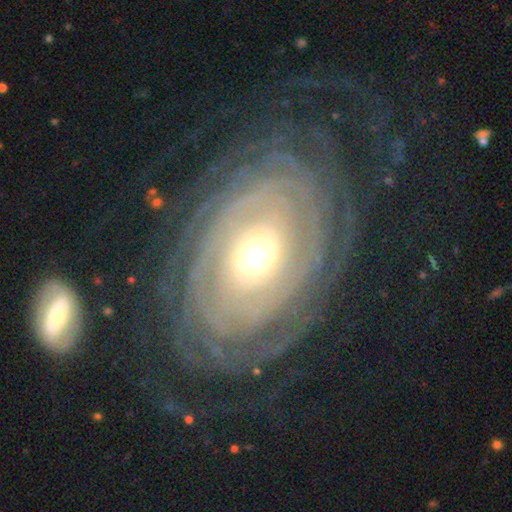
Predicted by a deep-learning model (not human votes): smooth_or_featured: featured or disk (p=0.85) [alt: smooth p=0.09]
disk_edge_on: no (p=0.95) [alt: yes p=0.05]
bar: no (p=0.44) [alt: weak p=0.36]
has_spiral_arms: yes (p=0.87) [alt: no p=0.13]
spiral_winding: tight (p=0.70) [alt: medium p=0.20]
spiral_arm_count: can't tell (p=0.38) [alt: 2 p=0.28]
bulge_size: moderate (p=0.62) [alt: small p=0.20]
merging: none (p=0.73) [alt: minor disturbance p=0.15]